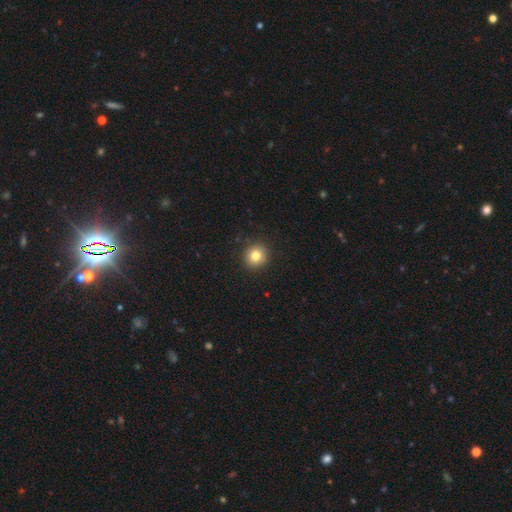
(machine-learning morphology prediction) Smooth or featured? Predicted: smooth (p=0.81). How rounded? Predicted: round (p=0.89). Merging? Predicted: none (p=0.91).